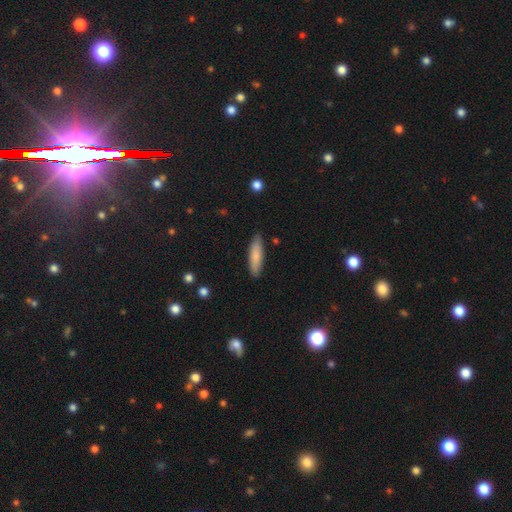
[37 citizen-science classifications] smooth 76%, featured or disk 19%, star or artifact 5%. Down the decision tree: how rounded — cigar-shaped (86%); merging — none (91%).